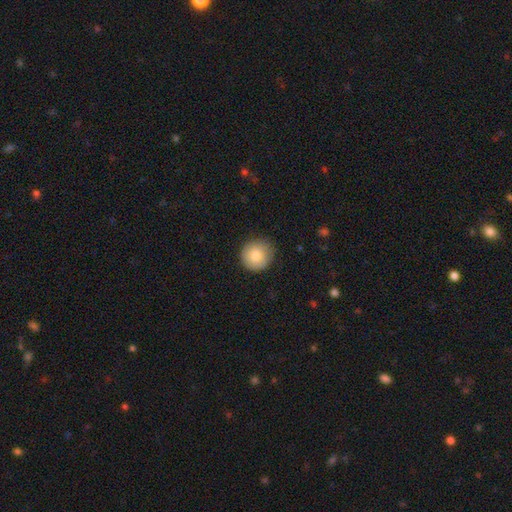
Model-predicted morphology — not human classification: Smooth or featured: smooth — 83% (featured or disk — 9%)
How rounded: round — 90% (in between — 9%)
Merging: none — 84% (minor disturbance — 12%)